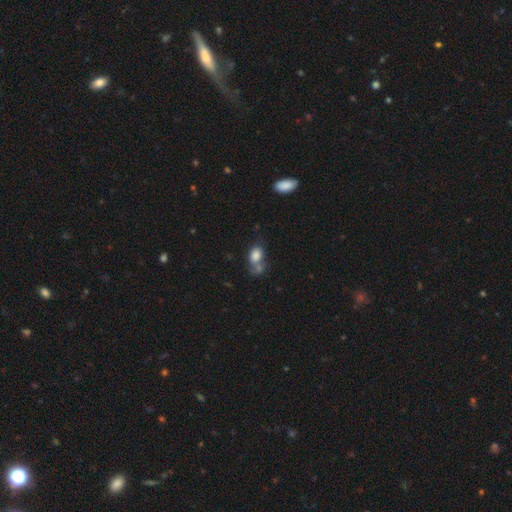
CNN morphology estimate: A smooth galaxy with no disk features (81%) that is in between round and cigar-shaped (80%). Merging: merger (40%).